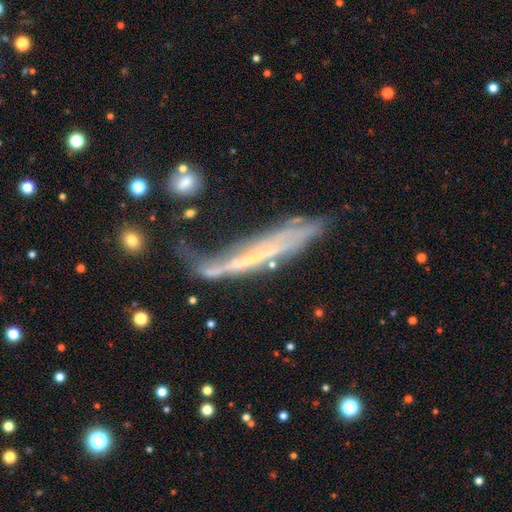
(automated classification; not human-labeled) This appears to be a featured or disk galaxy (64%) viewed edge-on (70%). Merging: none (35%).